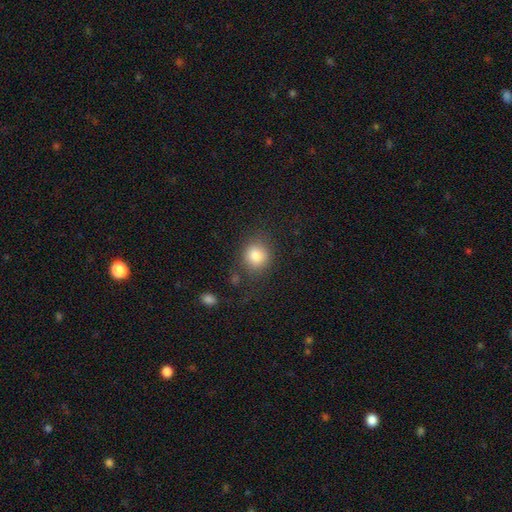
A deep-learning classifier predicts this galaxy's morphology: A smooth galaxy with no disk features (82%) that is round (78%). Merging: none (78%).